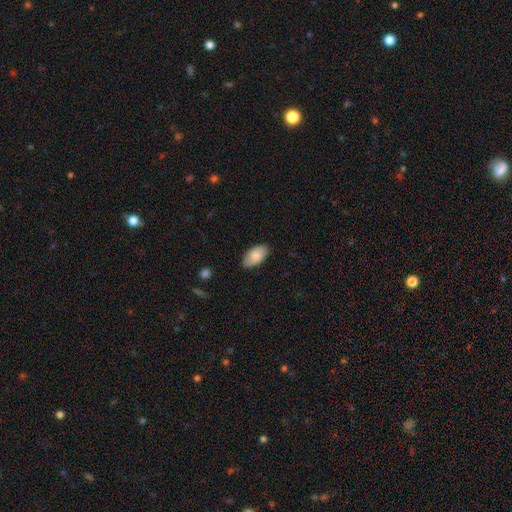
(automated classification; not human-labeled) smooth 82%, featured or disk 12%, star or artifact 6%. Down the decision tree: how rounded — in between (95%); merging — none (84%).